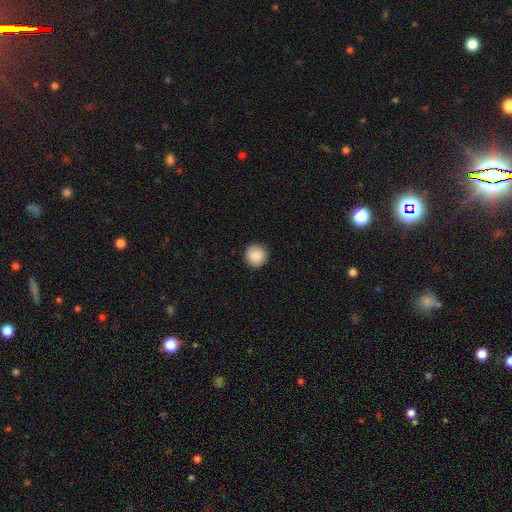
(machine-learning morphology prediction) Q: Smooth or featured?
A: smooth (87%); runner-up: star or artifact (8%)
Q: How rounded?
A: round (96%); runner-up: in between (3%)
Q: Merging?
A: none (92%); runner-up: minor disturbance (5%)